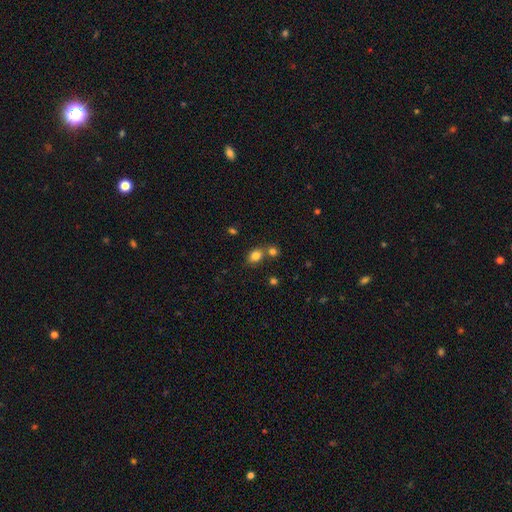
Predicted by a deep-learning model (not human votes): Morphology: type=smooth (81%); roundness=in between (62%); merging=none (58%).